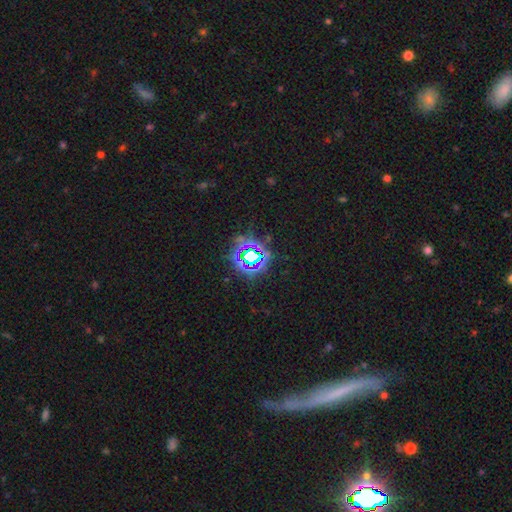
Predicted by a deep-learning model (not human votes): Smooth or featured: star or artifact — 73% (smooth — 16%)